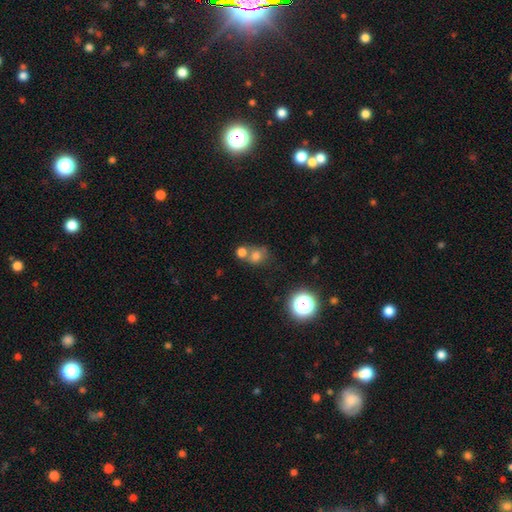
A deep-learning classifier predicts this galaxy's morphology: type=smooth (72%); roundness=round (69%); merging=merger (43%).